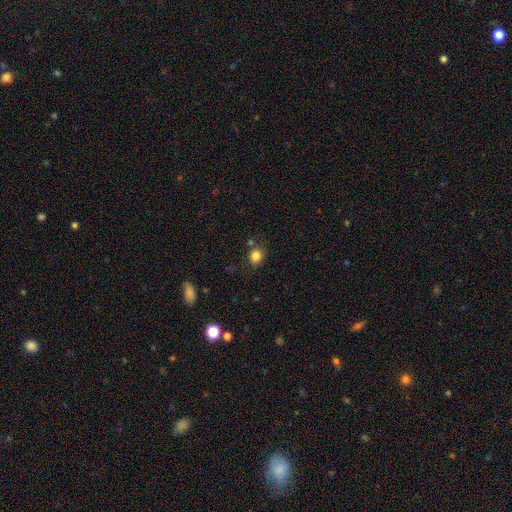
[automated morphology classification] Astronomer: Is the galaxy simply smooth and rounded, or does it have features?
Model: smooth — 82%.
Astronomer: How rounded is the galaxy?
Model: round — 70%.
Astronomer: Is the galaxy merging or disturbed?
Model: none — 76%.